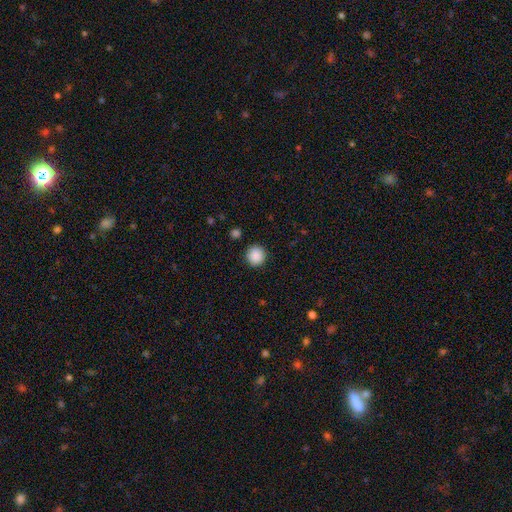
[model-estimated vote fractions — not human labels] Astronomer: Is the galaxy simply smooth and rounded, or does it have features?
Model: smooth — 89%.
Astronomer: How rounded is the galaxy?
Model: round — 92%.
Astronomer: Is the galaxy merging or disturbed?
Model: none — 90%.